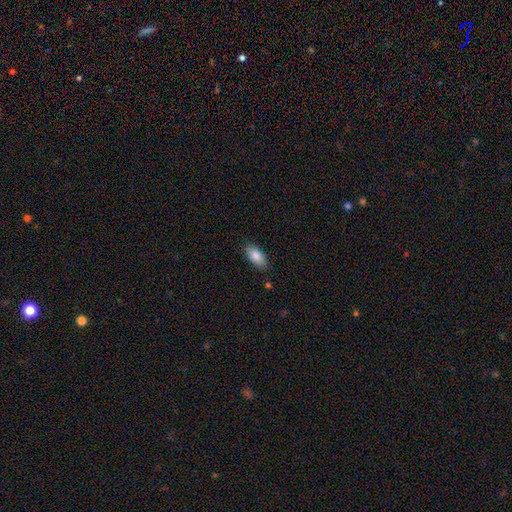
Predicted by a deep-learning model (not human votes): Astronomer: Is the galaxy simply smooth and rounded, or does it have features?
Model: smooth — 85%.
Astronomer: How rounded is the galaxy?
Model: in between — 90%.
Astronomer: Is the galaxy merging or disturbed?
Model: none — 83%.